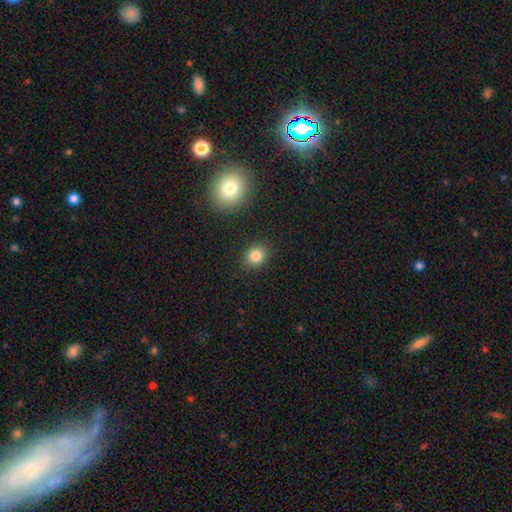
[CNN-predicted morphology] type=smooth (84%); roundness=round (66%); merging=none (87%).